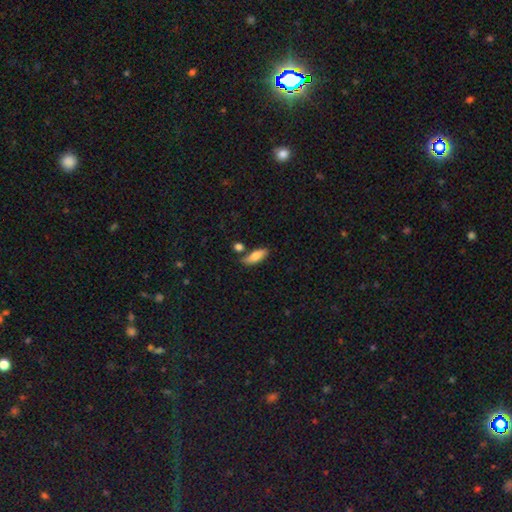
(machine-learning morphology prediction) Smooth or featured? Predicted: smooth (p=0.74). How rounded? Predicted: in between (p=0.70). Merging? Predicted: none (p=0.71).